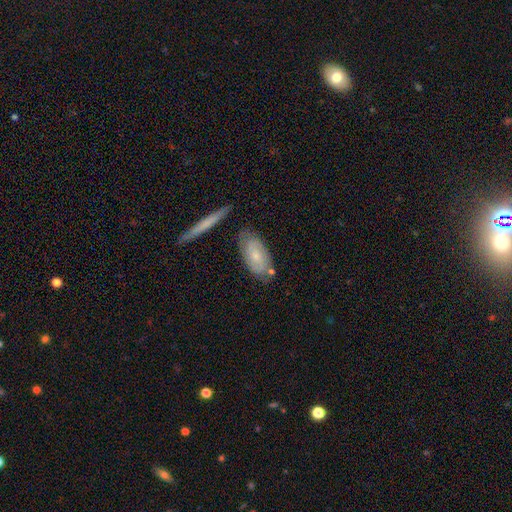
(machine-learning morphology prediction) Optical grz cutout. It shows a smooth galaxy with no disk features (58%) that is in between round and cigar-shaped (85%). Merging: none (67%).